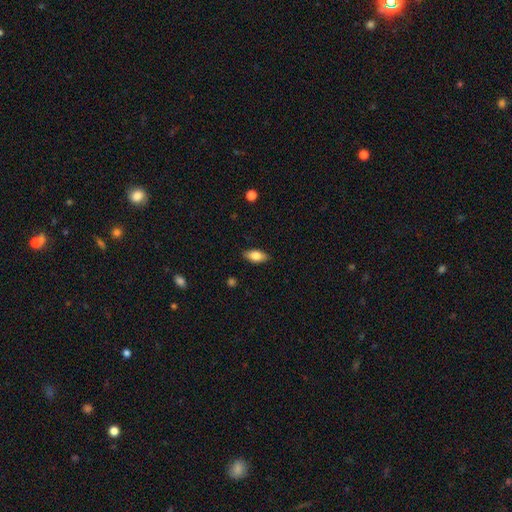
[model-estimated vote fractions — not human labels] Morphology: type=smooth (81%); roundness=in between (88%); merging=none (88%).